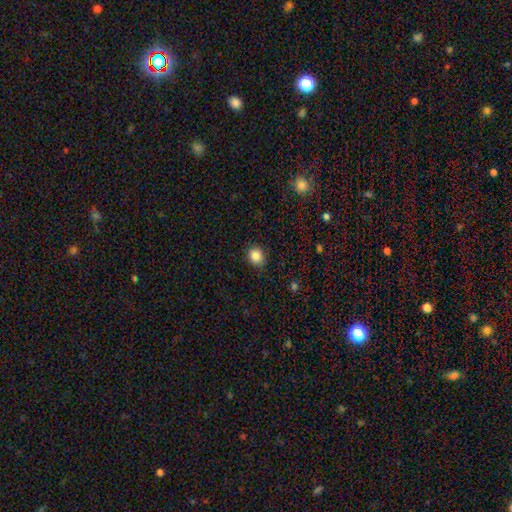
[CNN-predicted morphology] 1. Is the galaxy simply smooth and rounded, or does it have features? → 87% smooth, 10% star or artifact, 4% featured or disk.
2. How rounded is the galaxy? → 72% round, 27% in between, 1% cigar-shaped.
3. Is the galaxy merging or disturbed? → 88% none, 9% minor disturbance, 2% major disturbance, 1% merger.